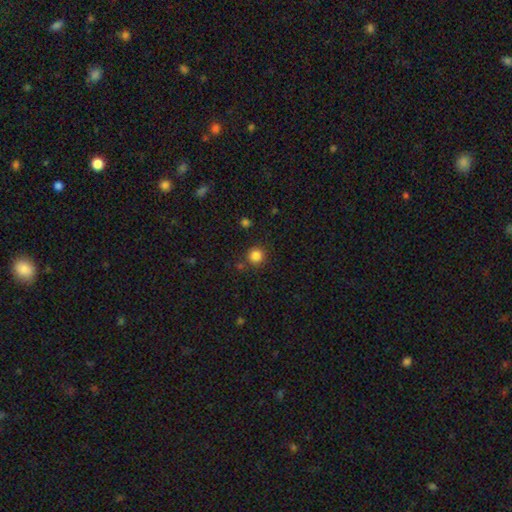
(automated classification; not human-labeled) smooth-or-featured: smooth: 84% | star or artifact: 12% | featured or disk: 4%
  how-rounded: round: 93% | in between: 6% | cigar-shaped: 1%
  merging: none: 83% | minor disturbance: 9% | merger: 5% | major disturbance: 3%